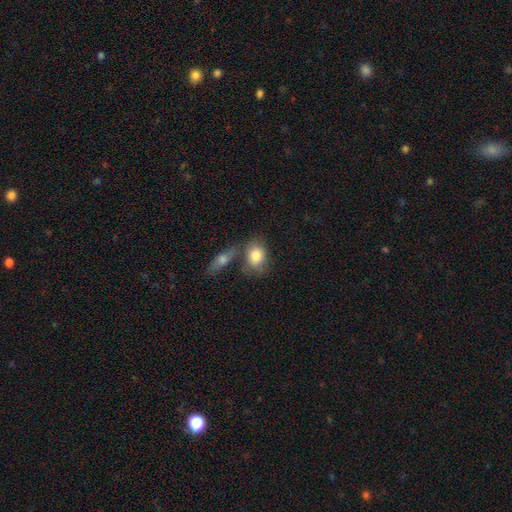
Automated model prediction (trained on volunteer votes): smooth 82%, featured or disk 11%, star or artifact 7%. Down the decision tree: how rounded — in between (64%); merging — none (53%).